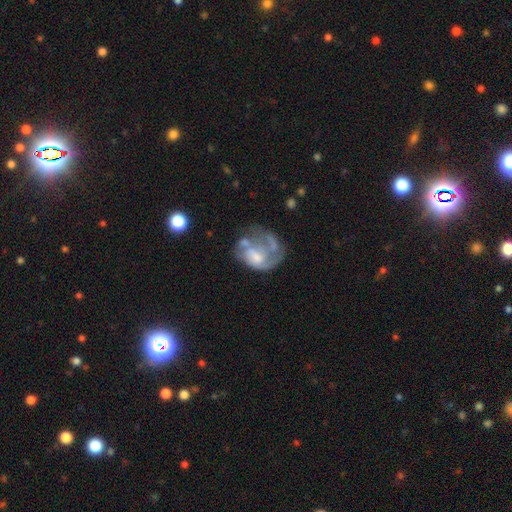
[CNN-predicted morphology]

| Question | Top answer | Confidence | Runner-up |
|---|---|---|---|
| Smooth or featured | featured or disk | 65% | smooth (26%) |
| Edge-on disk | no | 98% | yes (2%) |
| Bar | no | 68% | weak (27%) |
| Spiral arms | yes | 58% | no (42%) |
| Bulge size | moderate | 35% | none (28%) |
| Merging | major disturbance | 40% | none (27%) |